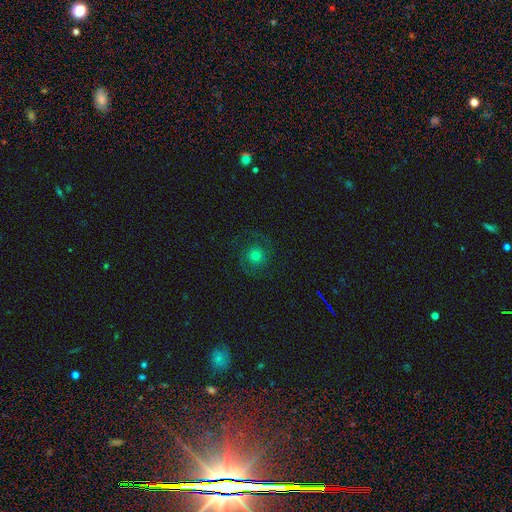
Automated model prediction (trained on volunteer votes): Smooth or featured? featured or disk (50%)
Merging? none (75%)